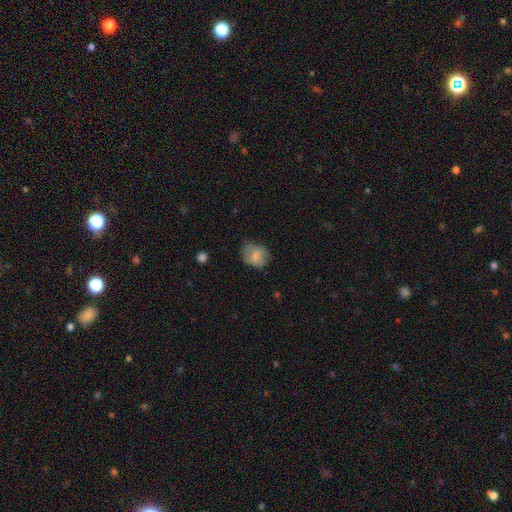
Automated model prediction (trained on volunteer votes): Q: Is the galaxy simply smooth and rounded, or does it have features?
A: smooth — 73%.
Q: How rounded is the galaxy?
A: in between — 51%.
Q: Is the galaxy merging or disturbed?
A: none — 59%.